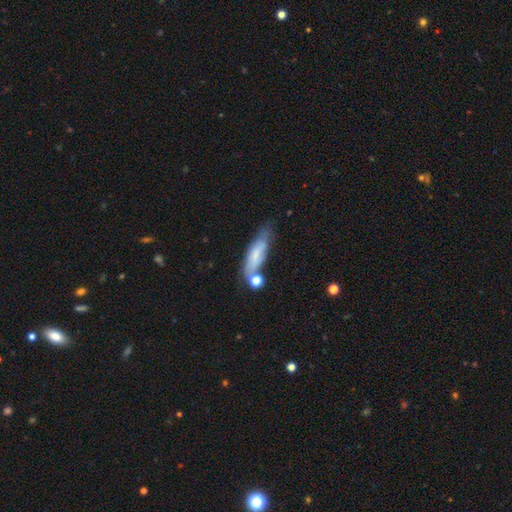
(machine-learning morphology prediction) type=smooth (60%); roundness=cigar-shaped (53%); merging=none (46%).